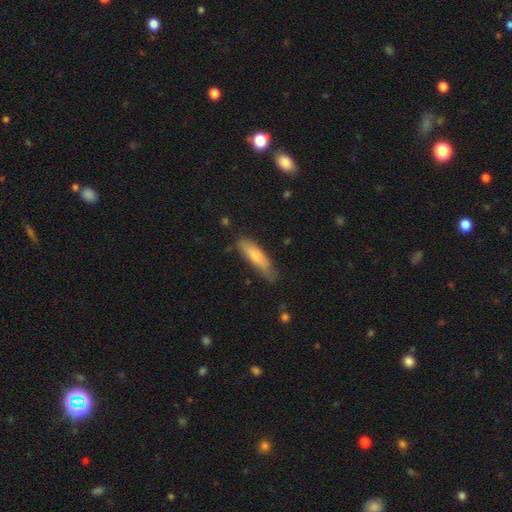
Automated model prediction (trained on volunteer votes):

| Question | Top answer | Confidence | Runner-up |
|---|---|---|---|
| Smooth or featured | smooth | 75% | featured or disk (20%) |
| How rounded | cigar-shaped | 68% | in between (31%) |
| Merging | none | 69% | minor disturbance (24%) |